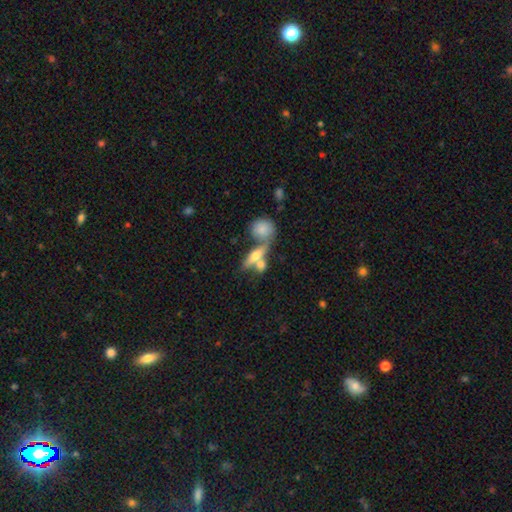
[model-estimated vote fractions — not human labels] Smooth or featured? smooth (53%)
How rounded? in between (45%)
Merging? none (42%)